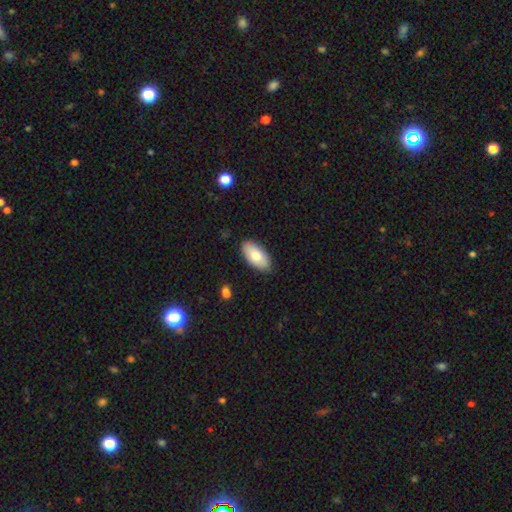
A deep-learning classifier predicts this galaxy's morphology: type=smooth (80%); roundness=in between (94%); merging=none (85%).